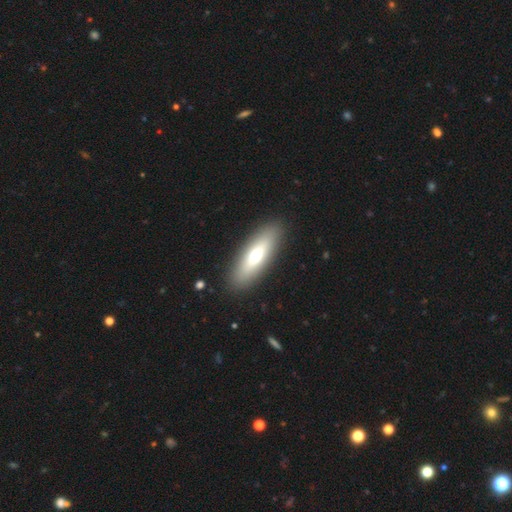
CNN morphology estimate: This appears to be a smooth galaxy with no disk features (61%) that is in between round and cigar-shaped (51%). Merging: none (90%).